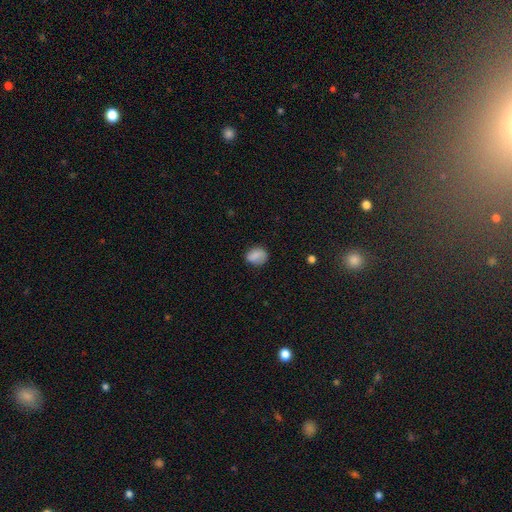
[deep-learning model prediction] smooth 80%, featured or disk 12%, star or artifact 9%. Down the decision tree: how rounded — round (58%); merging — none (73%).